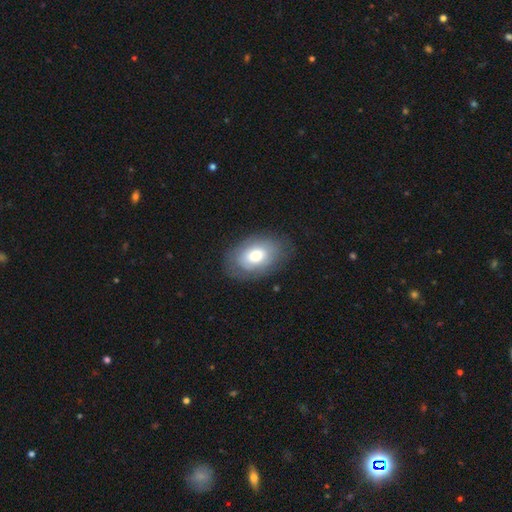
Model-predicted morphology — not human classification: A smooth galaxy with no disk features (66%) that is in between round and cigar-shaped (85%). Merging: none (78%).